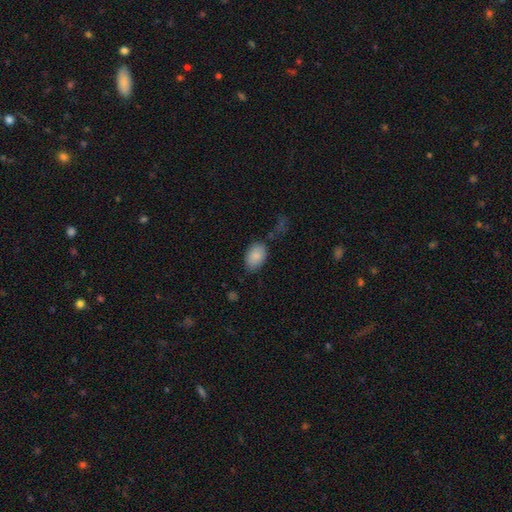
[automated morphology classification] Smooth or featured?
  - smooth: 87% *
  - star or artifact: 7%
  - featured or disk: 6%
How rounded?
  - in between: 88% *
  - round: 11%
  - cigar-shaped: 1%
Merging?
  - none: 71% *
  - minor disturbance: 18%
  - major disturbance: 6%
  - merger: 5%